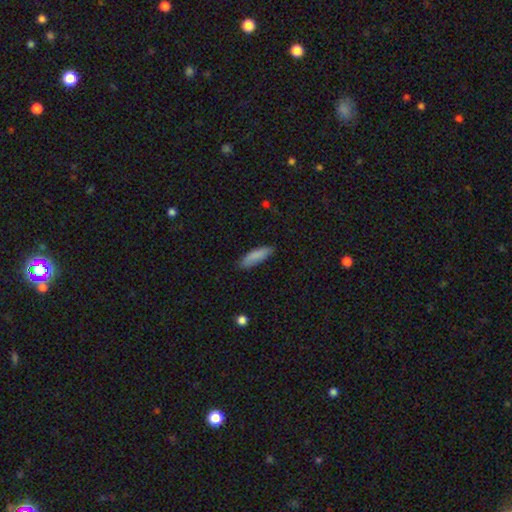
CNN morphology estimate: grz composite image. It shows a smooth galaxy with no disk features (86%) that is cigar-shaped (50%). Merging: none (83%).